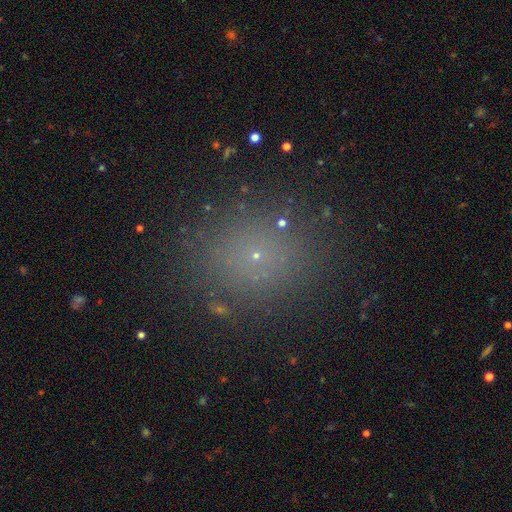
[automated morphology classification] Smooth or featured? smooth (61%)
How rounded? round (78%)
Merging? none (86%)